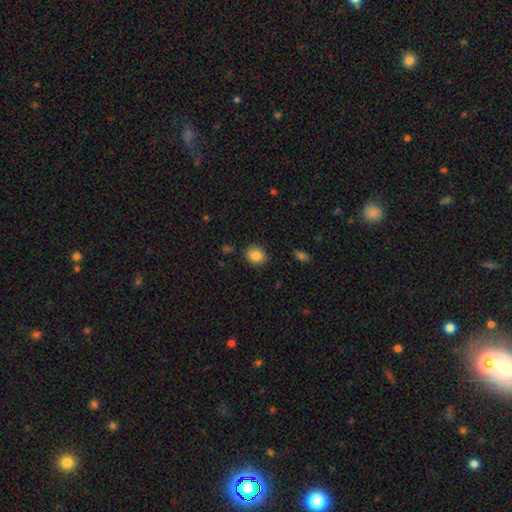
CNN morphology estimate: smooth 86%, star or artifact 9%, featured or disk 5%. Down the decision tree: how rounded — in between (52%); merging — none (86%).